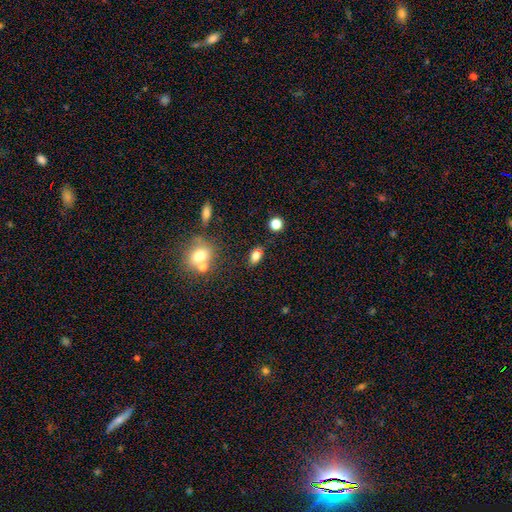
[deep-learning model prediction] smooth_or_featured: smooth (p=0.77) [alt: star or artifact p=0.12]
how_rounded: in between (p=0.81) [alt: round p=0.15]
merging: none (p=0.68) [alt: merger p=0.14]